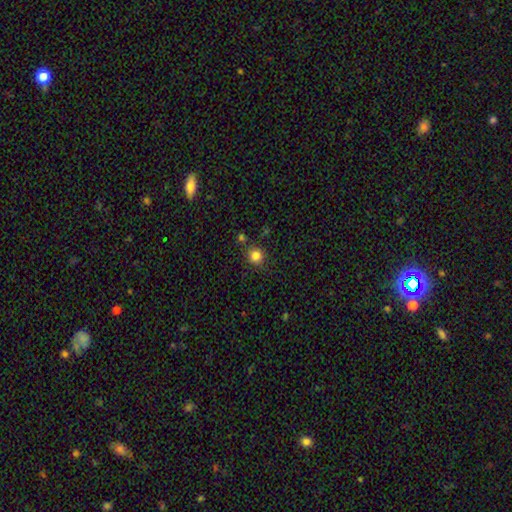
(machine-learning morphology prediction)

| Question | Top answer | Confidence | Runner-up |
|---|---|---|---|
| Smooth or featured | smooth | 83% | star or artifact (13%) |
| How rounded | round | 90% | in between (9%) |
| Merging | none | 82% | minor disturbance (9%) |